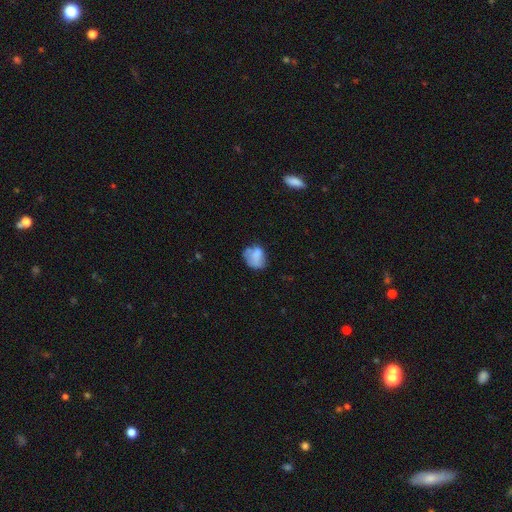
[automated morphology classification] smooth_or_featured: smooth (p=0.67) [alt: featured or disk p=0.23]
how_rounded: in between (p=0.54) [alt: round p=0.45]
merging: none (p=0.43) [alt: minor disturbance p=0.30]